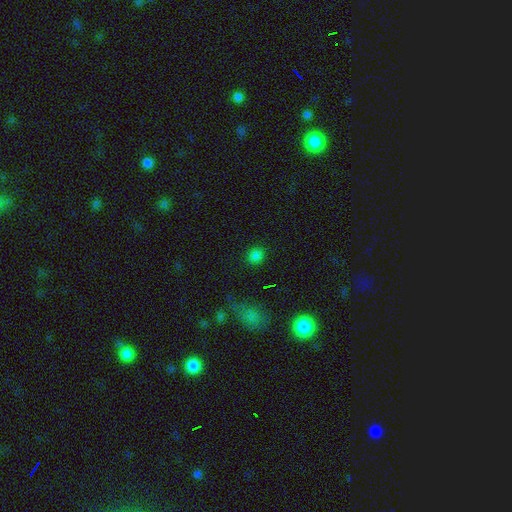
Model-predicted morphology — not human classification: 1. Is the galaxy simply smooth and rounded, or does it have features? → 79% smooth, 17% star or artifact, 4% featured or disk.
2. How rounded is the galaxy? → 77% round, 21% in between, 1% cigar-shaped.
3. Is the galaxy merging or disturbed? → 88% none, 8% minor disturbance, 3% major disturbance, 2% merger.